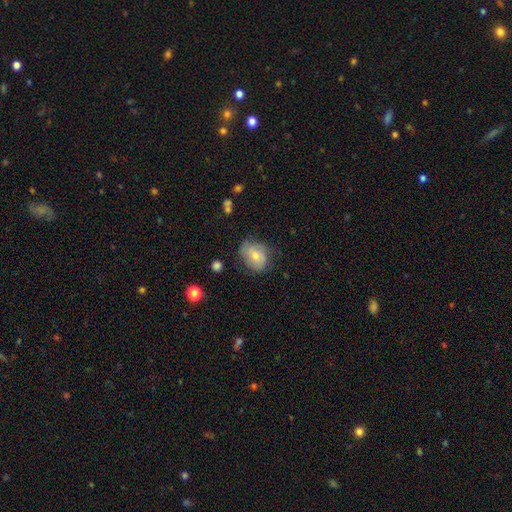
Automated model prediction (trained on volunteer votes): smooth_or_featured: smooth (p=0.64) [alt: featured or disk p=0.28]
how_rounded: in between (p=0.53) [alt: round p=0.46]
merging: none (p=0.58) [alt: minor disturbance p=0.30]